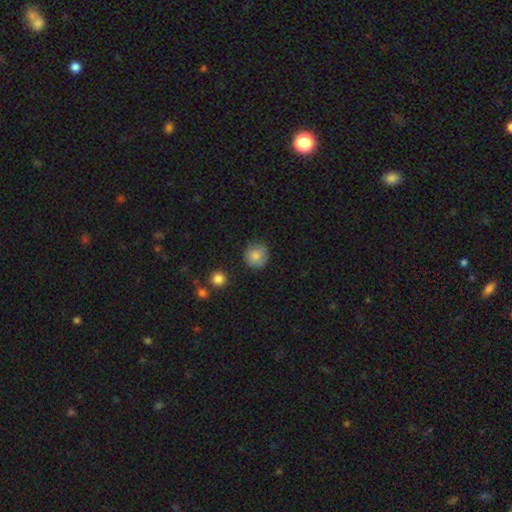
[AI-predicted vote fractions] A smooth galaxy with no disk features (81%) that is round (94%).

Vote fractions:
- Smooth or featured? smooth: 81% / featured or disk: 10% / star or artifact: 9%
- How rounded? round: 94% / in between: 5% / cigar-shaped: 1%
- Merging? none: 85% / minor disturbance: 11% / major disturbance: 3% / merger: 2%